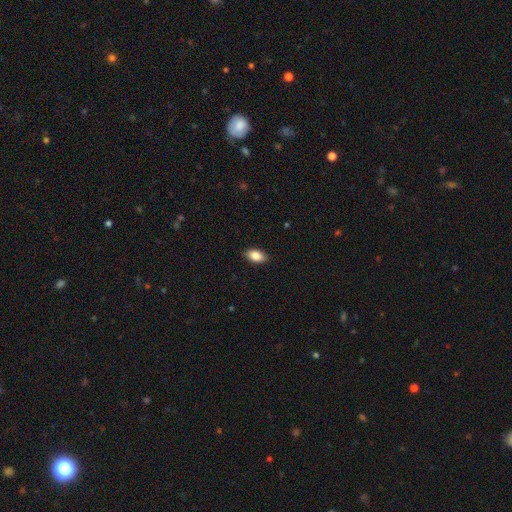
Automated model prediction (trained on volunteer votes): Smooth or featured? Predicted: smooth (p=0.86). How rounded? Predicted: in between (p=0.92). Merging? Predicted: none (p=0.89).